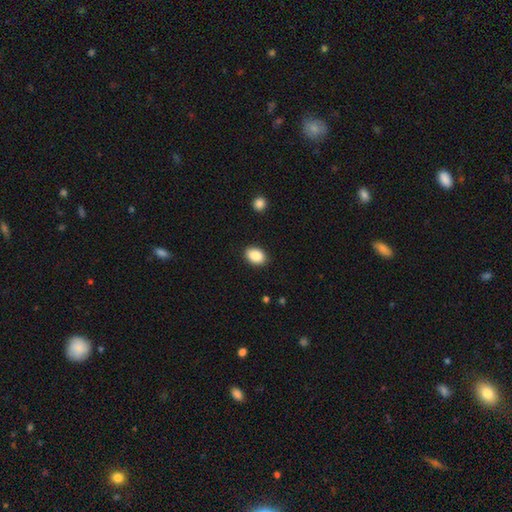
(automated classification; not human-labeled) smooth_or_featured: smooth (p=0.89) [alt: star or artifact p=0.07]
how_rounded: in between (p=0.80) [alt: round p=0.19]
merging: none (p=0.89) [alt: minor disturbance p=0.08]